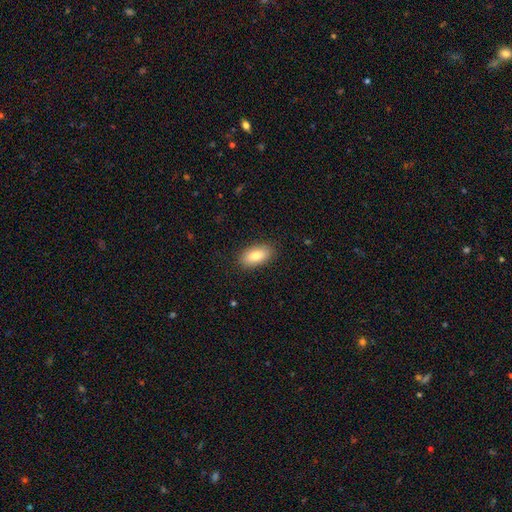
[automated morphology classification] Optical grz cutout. It shows a smooth galaxy with no disk features (83%) that is in between round and cigar-shaped (91%). Merging: none (88%).